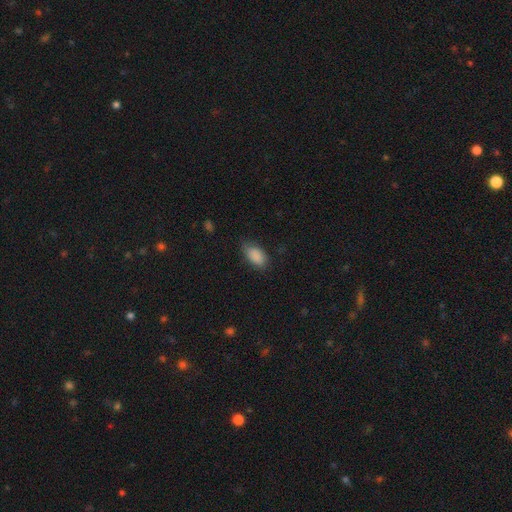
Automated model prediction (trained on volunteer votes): Smooth or featured? Predicted: smooth (p=0.88). How rounded? Predicted: in between (p=0.92). Merging? Predicted: none (p=0.68).